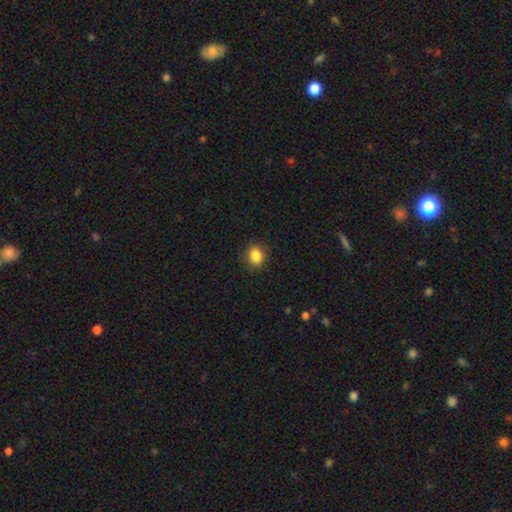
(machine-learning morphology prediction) The model was most divided on "how rounded": round: 71%, in between: 28%, cigar-shaped: 1%. More confident: merging — none (88%); smooth or featured — smooth (86%).